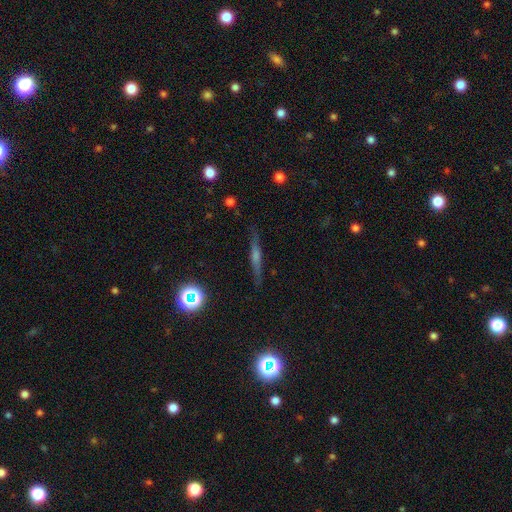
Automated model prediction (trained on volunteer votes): Morphology: type=featured or disk (58%); edge-on=yes (95%); edge-on bulge=rounded (60%); merging=none (86%).